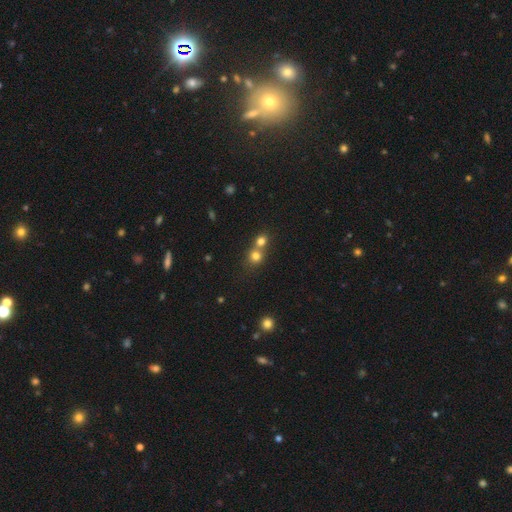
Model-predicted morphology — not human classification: This appears to be a smooth galaxy with no disk features (76%) that is round (85%). Merging: merger (52%).